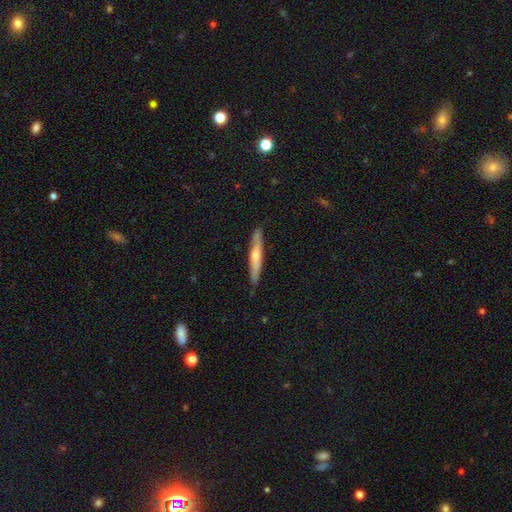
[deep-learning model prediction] The model was most divided on "smooth or featured": featured or disk: 48%, smooth: 47%, star or artifact: 5%. More confident: merging — none (87%).